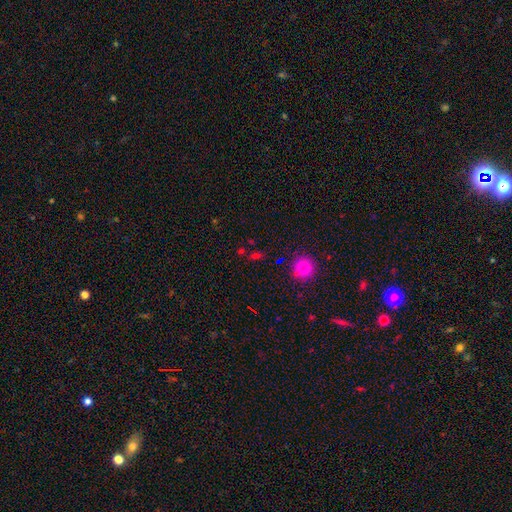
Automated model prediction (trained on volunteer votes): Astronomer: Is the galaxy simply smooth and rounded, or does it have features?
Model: smooth — 56% (runner-up: star or artifact, 36%).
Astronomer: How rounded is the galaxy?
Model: in between — 47%, tied with round at 47%.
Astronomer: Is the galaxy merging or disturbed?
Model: none — 78%.